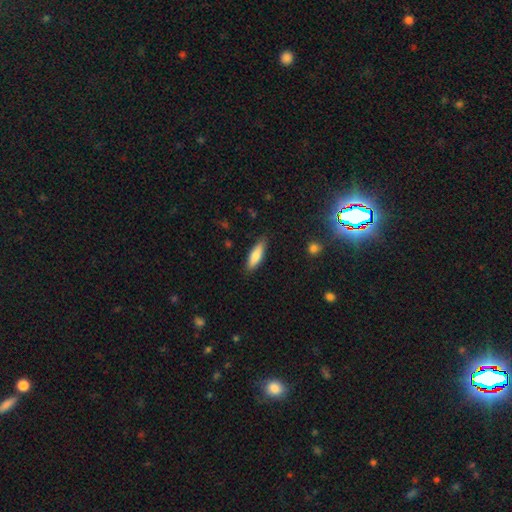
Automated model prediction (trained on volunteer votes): Morphology: type=smooth (79%); roundness=cigar-shaped (49%, tied with in between); merging=none (84%).